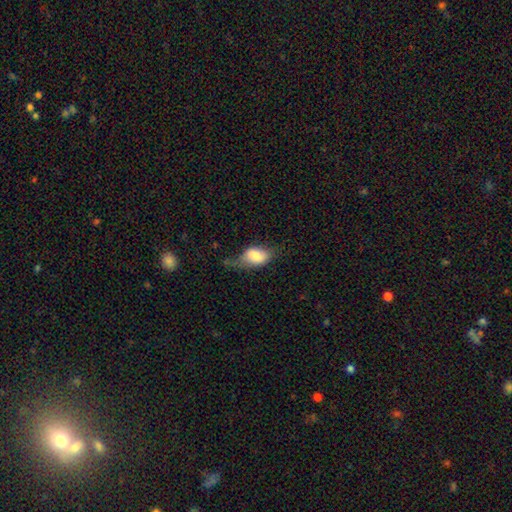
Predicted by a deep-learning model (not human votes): The model was most divided on "merging": minor disturbance: 38%, none: 32%, major disturbance: 27%, merger: 3%. More confident: how rounded — in between (86%); smooth or featured — smooth (74%).